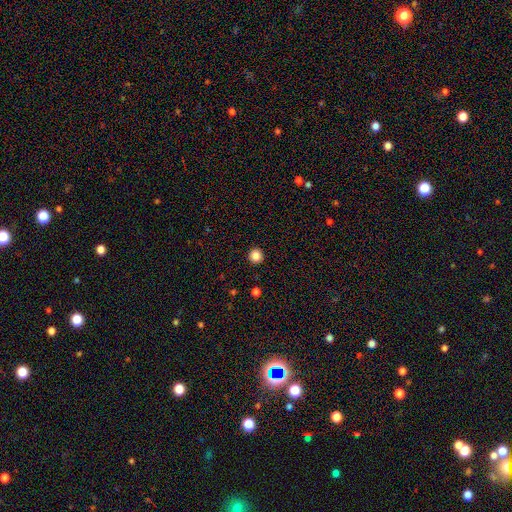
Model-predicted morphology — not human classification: Q: Smooth or featured?
A: smooth (86%); runner-up: star or artifact (11%)
Q: How rounded?
A: round (94%); runner-up: in between (5%)
Q: Merging?
A: none (93%); runner-up: minor disturbance (4%)